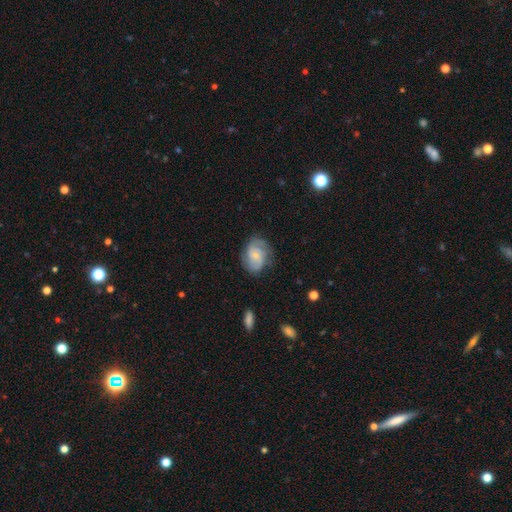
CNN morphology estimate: The model was most divided on "spiral winding": tight: 42%, medium: 41%, loose: 16%. More confident: edge-on disk — no (97%); spiral arms — yes (89%); bulge size — small (71%); bar — no (71%); merging — none (69%); smooth or featured — featured or disk (61%); spiral arm count — 2 (50%).